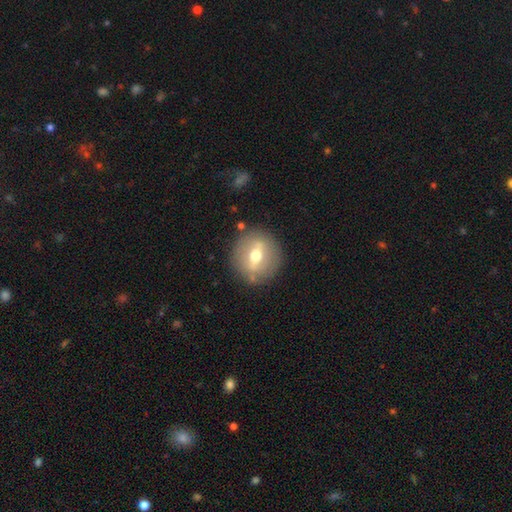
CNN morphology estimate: Smooth or featured?
  - featured or disk: 53% *
  - smooth: 40%
  - star or artifact: 8%
Edge-on disk?
  - no: 78% *
  - yes: 22%
Merging?
  - none: 83% *
  - minor disturbance: 10%
  - major disturbance: 4%
  - merger: 3%